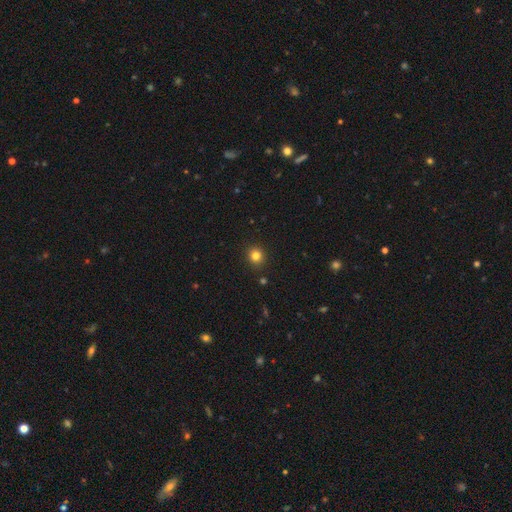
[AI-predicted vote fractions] Smooth or featured: smooth — 81% (star or artifact — 14%)
How rounded: round — 88% (in between — 11%)
Merging: none — 90% (minor disturbance — 7%)